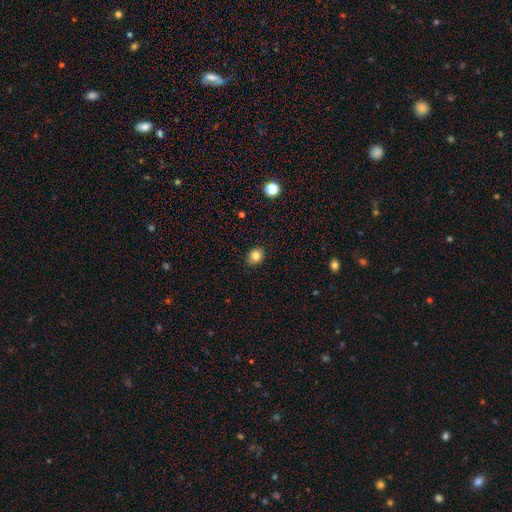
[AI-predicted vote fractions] A smooth galaxy with no disk features (83%) that is round (65%). Merging: none (88%).